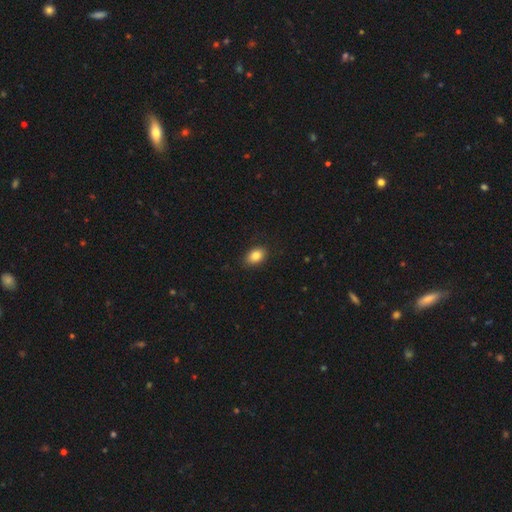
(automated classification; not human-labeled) Morphology: type=smooth (85%); roundness=in between (80%); merging=none (87%).